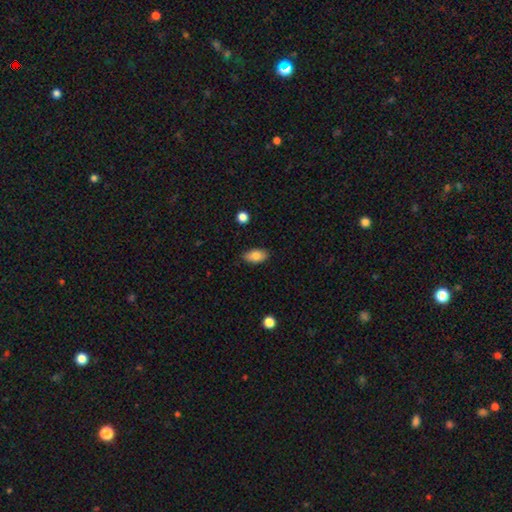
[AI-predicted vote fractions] Smooth or featured? smooth (83%)
How rounded? in between (91%)
Merging? none (84%)